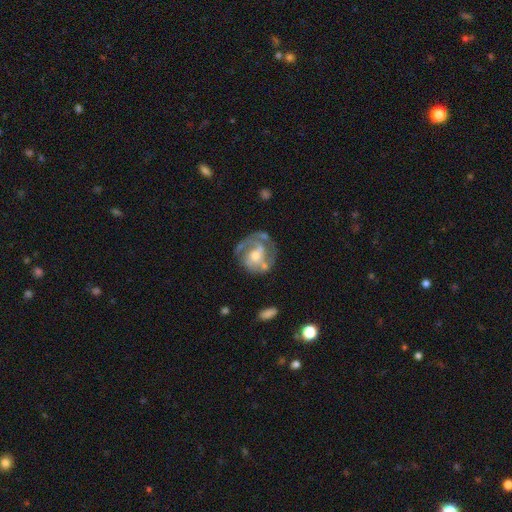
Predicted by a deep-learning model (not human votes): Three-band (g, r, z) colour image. It shows a featured or disk galaxy (79%) with no bar (55%), 2 (53%) tight (45%) spiral arms (85%) and a moderate central bulge (61%). Merging: none (58%).